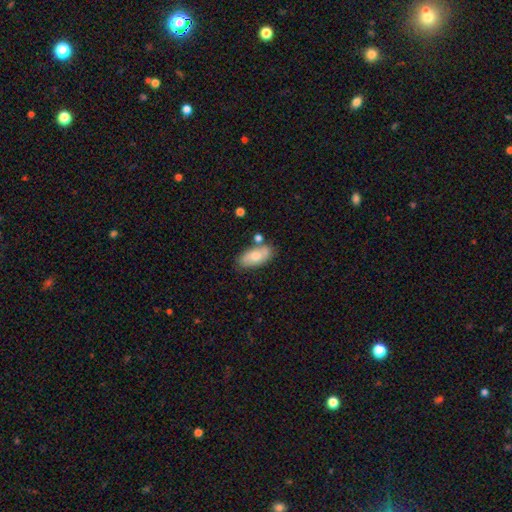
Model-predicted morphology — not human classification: This appears to be a smooth galaxy with no disk features (69%) that is in between round and cigar-shaped (89%). Merging: none (66%).